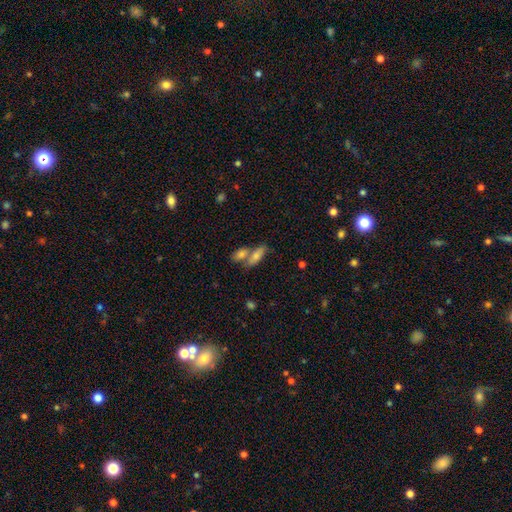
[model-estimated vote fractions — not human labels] Smooth or featured: smooth — 67% (featured or disk — 23%)
How rounded: in between — 61% (cigar-shaped — 34%)
Merging: merger — 45% (none — 41%)